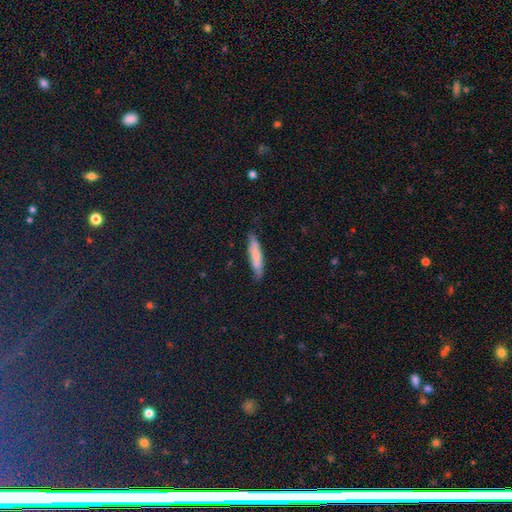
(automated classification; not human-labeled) smooth 72%, featured or disk 22%, star or artifact 6%. Down the decision tree: how rounded — cigar-shaped (85%); merging — none (83%).